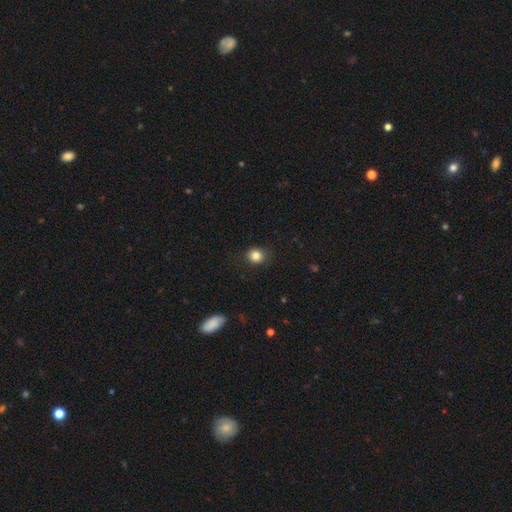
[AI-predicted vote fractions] This is clearly a smooth galaxy (84%). How rounded: likely round (79%). Merging: clearly none (85%).